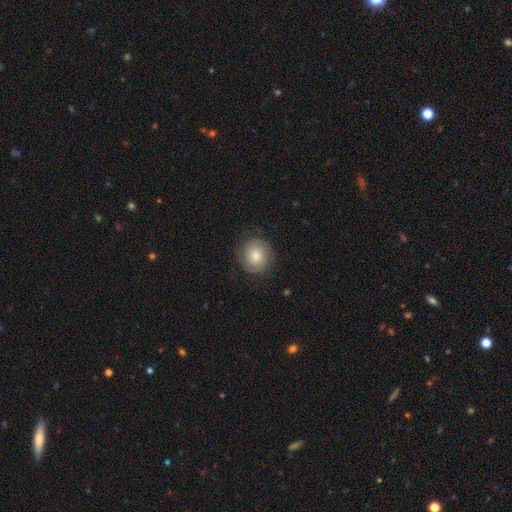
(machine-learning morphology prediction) type=smooth (75%); roundness=round (82%); merging=none (82%).